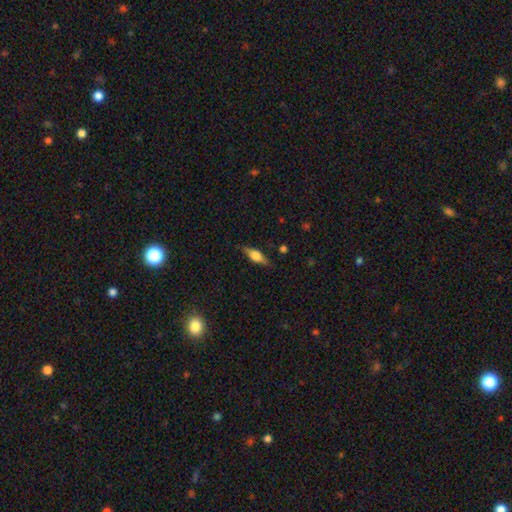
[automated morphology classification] Overall: featured or disk (50%; smooth 43%). Merging: none (81%).